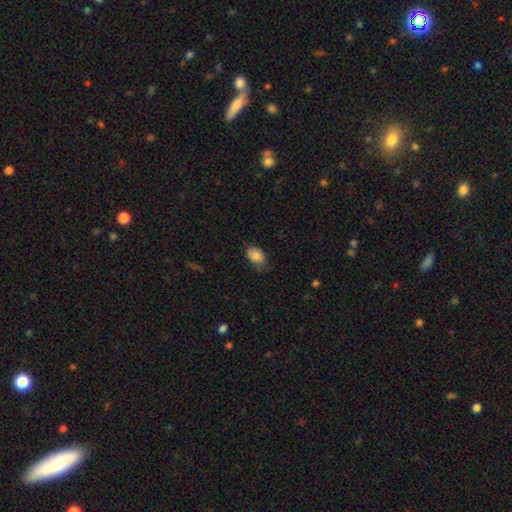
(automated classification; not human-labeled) smooth-or-featured: smooth: 83% | featured or disk: 9% | star or artifact: 8%
  how-rounded: in between: 83% | round: 15% | cigar-shaped: 1%
  merging: none: 65% | minor disturbance: 28% | major disturbance: 5% | merger: 1%